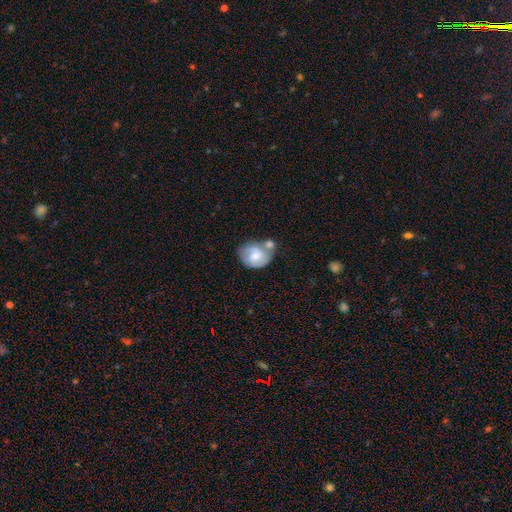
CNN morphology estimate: This appears to be a featured or disk galaxy (51%). Merging: none (36%).